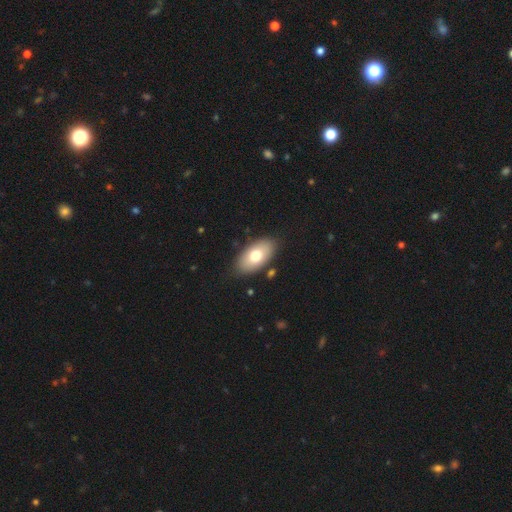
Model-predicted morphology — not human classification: Smooth or featured: smooth — 72% (featured or disk — 21%)
How rounded: in between — 94% (round — 4%)
Merging: none — 84% (minor disturbance — 11%)